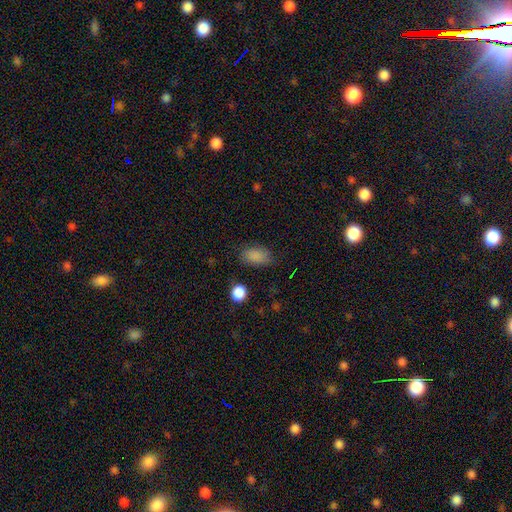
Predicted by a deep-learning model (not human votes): Smooth or featured? smooth (83%)
How rounded? in between (87%)
Merging? none (74%)